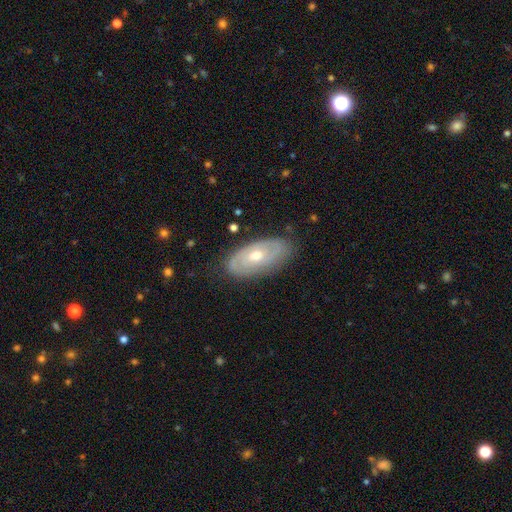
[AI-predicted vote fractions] smooth-or-featured: featured or disk: 67% | smooth: 27% | star or artifact: 6%
  disk-edge-on: no: 90% | yes: 10%
    bar: no: 70% | weak: 26% | strong: 5%
    has-spiral-arms: yes: 72% | no: 28%
    bulge-size: moderate: 69% | small: 23% | large: 5% | none: 1% | dominant: 1%
  merging: none: 81% | minor disturbance: 15% | major disturbance: 4% | merger: 1%